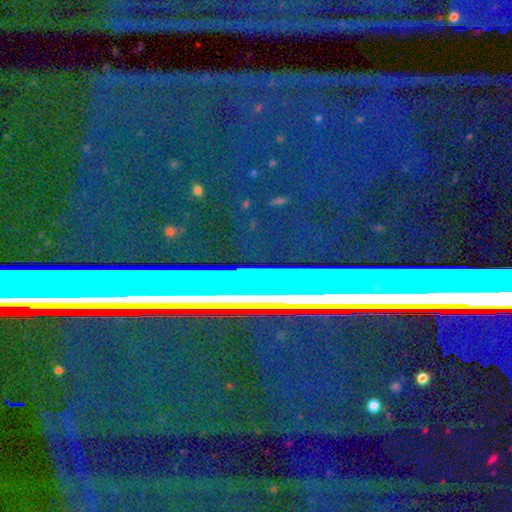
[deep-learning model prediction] Q: Smooth or featured?
A: star or artifact (75%); runner-up: featured or disk (15%)